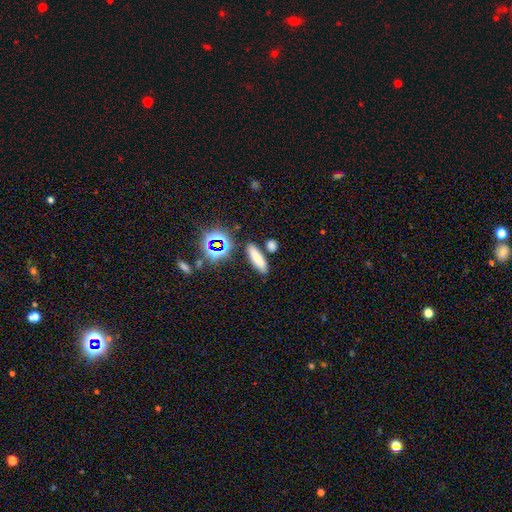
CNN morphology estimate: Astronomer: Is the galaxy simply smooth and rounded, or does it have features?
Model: smooth — 73%.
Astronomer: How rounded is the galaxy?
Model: cigar-shaped — 57% (runner-up: in between, 37%).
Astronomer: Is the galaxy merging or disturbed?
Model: none — 82%.